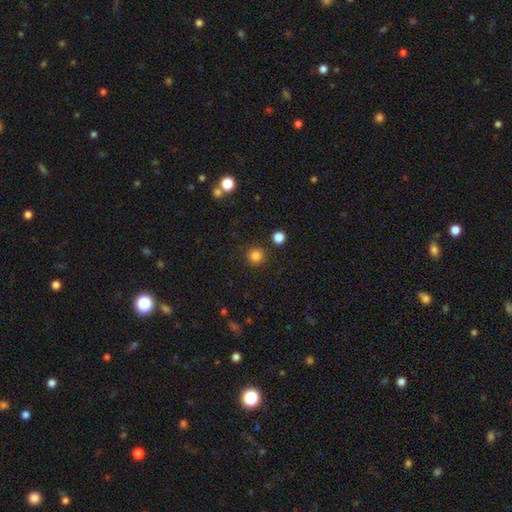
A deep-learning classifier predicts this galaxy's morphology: A smooth galaxy with no disk features (84%) that is round (94%). Merging: none (88%).